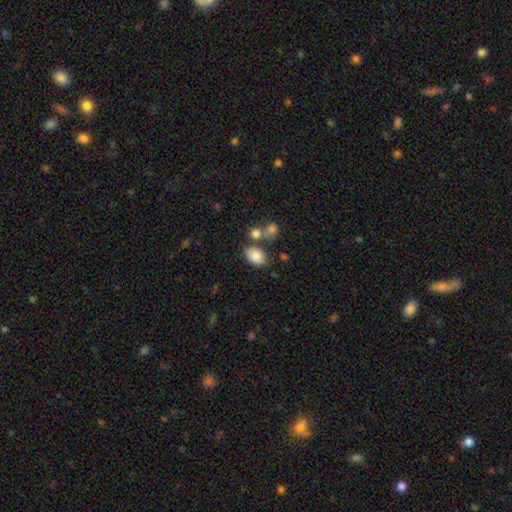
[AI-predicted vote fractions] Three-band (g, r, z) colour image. It shows a smooth galaxy with no disk features (83%) that is in between round and cigar-shaped (84%). Merging: none (63%).